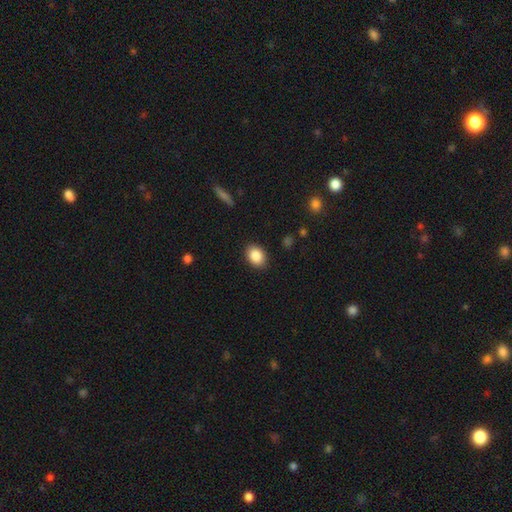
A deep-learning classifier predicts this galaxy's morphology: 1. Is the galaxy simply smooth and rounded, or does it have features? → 87% smooth, 8% star or artifact, 5% featured or disk.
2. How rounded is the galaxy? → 72% in between, 26% round, 1% cigar-shaped.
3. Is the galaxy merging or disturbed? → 89% none, 8% minor disturbance, 2% major disturbance, 1% merger.